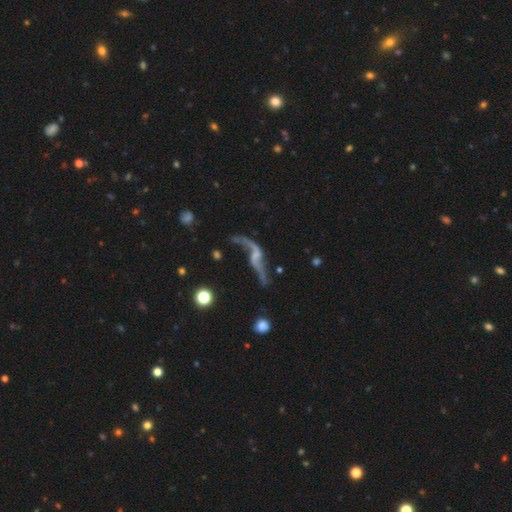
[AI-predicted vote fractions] featured or disk 81%, smooth 10%, star or artifact 9%. Down the decision tree: edge-on disk — no (85%); bar — no (53%); spiral arms — yes (85%); spiral arm count — 2 (86%); spiral winding — loose (94%); bulge size — none (48%); merging — none (40%).